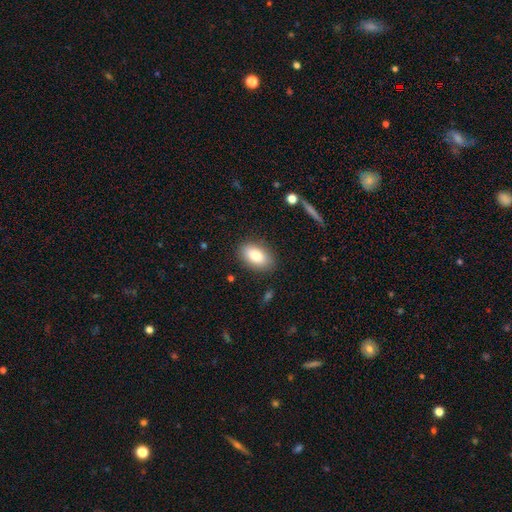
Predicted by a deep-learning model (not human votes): smooth-or-featured: smooth: 82% | featured or disk: 10% | star or artifact: 7%
  how-rounded: in between: 91% | round: 7% | cigar-shaped: 2%
  merging: none: 85% | minor disturbance: 10% | major disturbance: 3% | merger: 1%